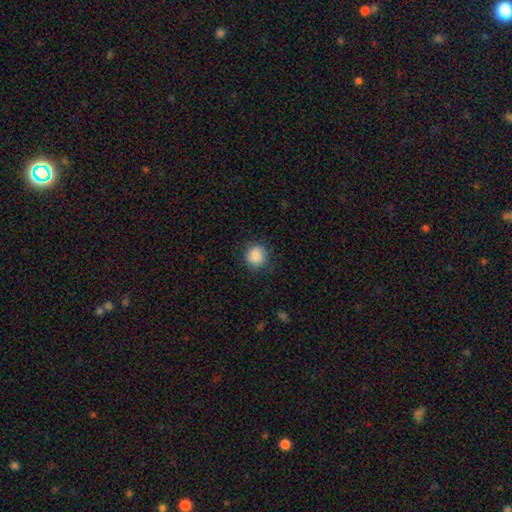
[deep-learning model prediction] smooth_or_featured: smooth (p=0.88) [alt: star or artifact p=0.09]
how_rounded: round (p=0.86) [alt: in between p=0.13]
merging: none (p=0.87) [alt: minor disturbance p=0.09]